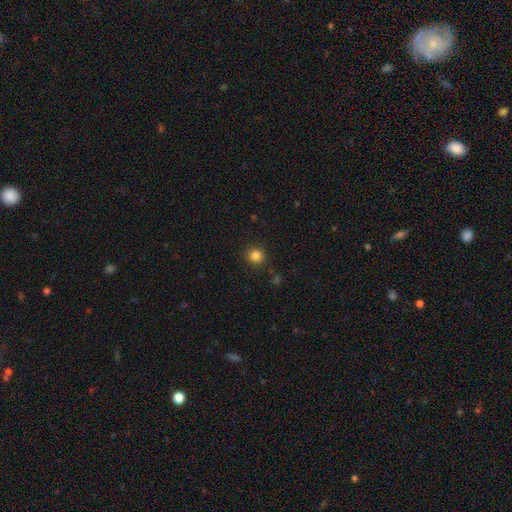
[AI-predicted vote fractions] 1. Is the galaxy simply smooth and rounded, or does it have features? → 84% smooth, 12% star or artifact, 4% featured or disk.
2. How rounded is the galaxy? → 94% round, 5% in between, 1% cigar-shaped.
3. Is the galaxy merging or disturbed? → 90% none, 6% minor disturbance, 2% major disturbance, 1% merger.